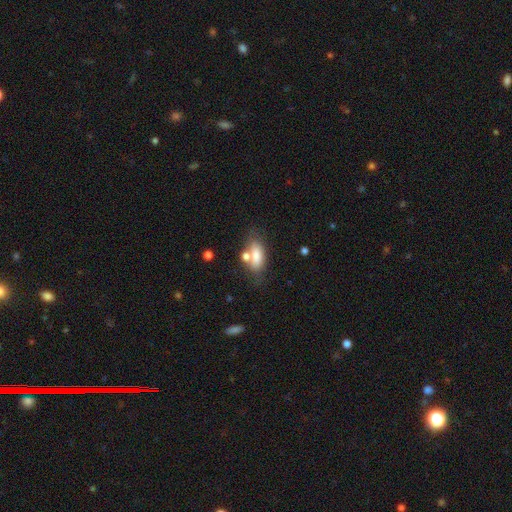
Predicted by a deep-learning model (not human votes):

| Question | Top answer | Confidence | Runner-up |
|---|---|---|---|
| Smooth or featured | smooth | 77% | featured or disk (15%) |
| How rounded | in between | 81% | cigar-shaped (15%) |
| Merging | none | 54% | merger (22%) |